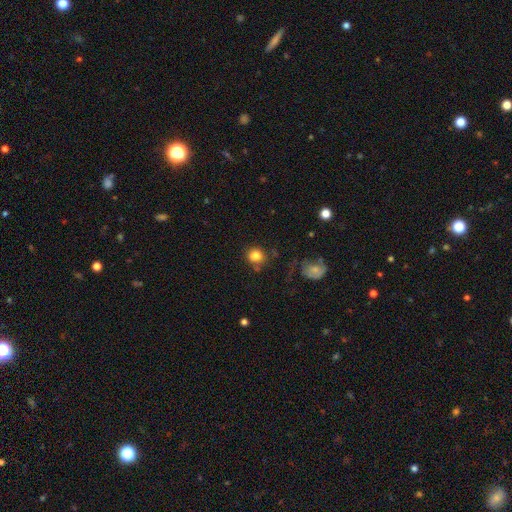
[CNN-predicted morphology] The model was most divided on "merging": none: 77%, minor disturbance: 12%, merger: 6%, major disturbance: 5%. More confident: how rounded — round (85%); smooth or featured — smooth (83%).